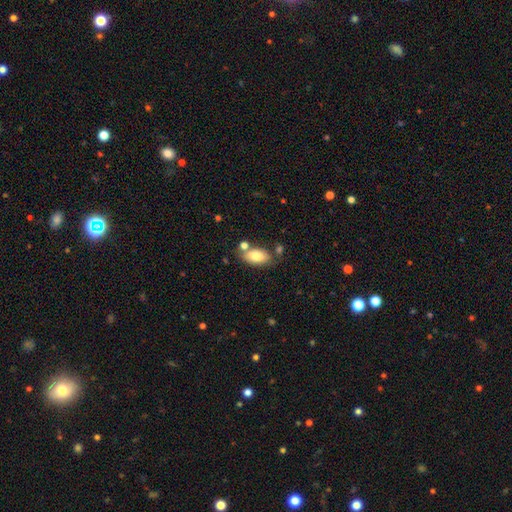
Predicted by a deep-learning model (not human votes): This appears to be a smooth galaxy with no disk features (79%) that is in between round and cigar-shaped (92%). Merging: none (68%).